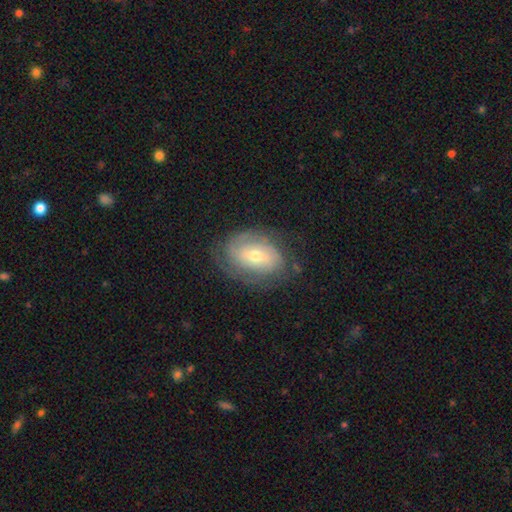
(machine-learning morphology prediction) This appears to be a featured or disk galaxy (67%) with no bar (51%), tight (62%) spiral arms (82%) and a moderate central bulge (55%). Merging: none (70%).